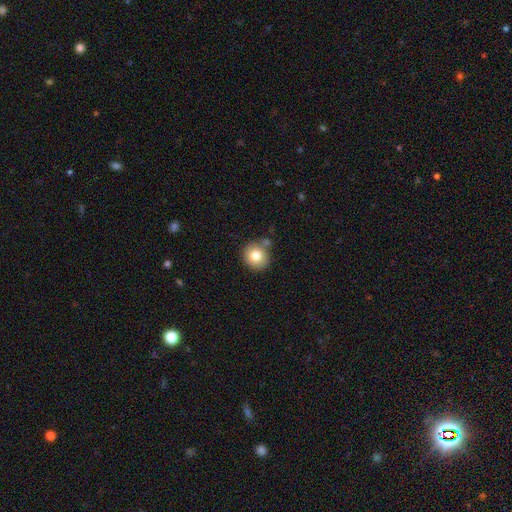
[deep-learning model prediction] smooth 79%, featured or disk 11%, star or artifact 10%. Down the decision tree: how rounded — round (89%); merging — none (74%).